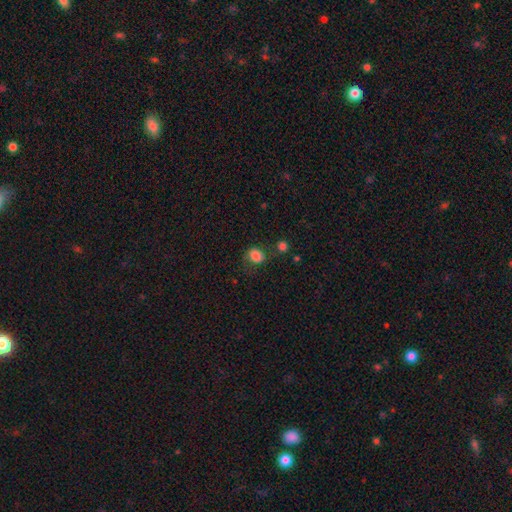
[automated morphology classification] smooth 83%, star or artifact 11%, featured or disk 7%. Down the decision tree: how rounded — round (54%); merging — none (62%).